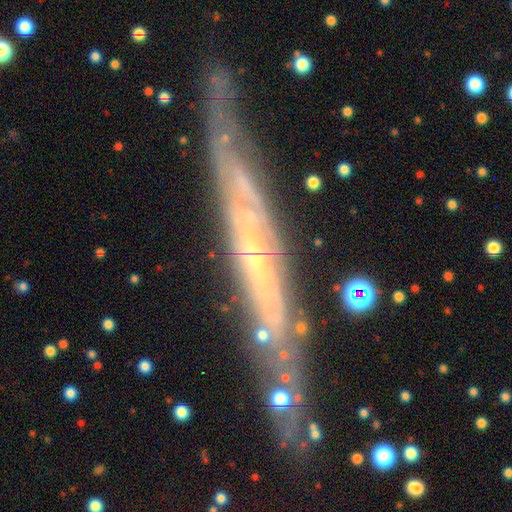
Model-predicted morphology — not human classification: A featured or disk galaxy (76%) viewed edge-on (65%). Merging: none (66%).